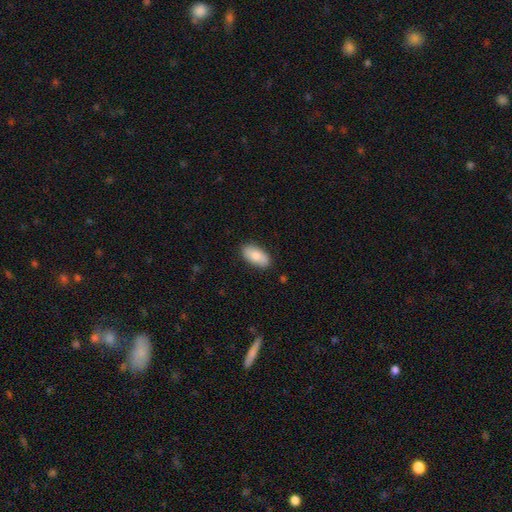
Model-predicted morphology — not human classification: A smooth galaxy with no disk features (79%) that is in between round and cigar-shaped (94%). Merging: none (85%).